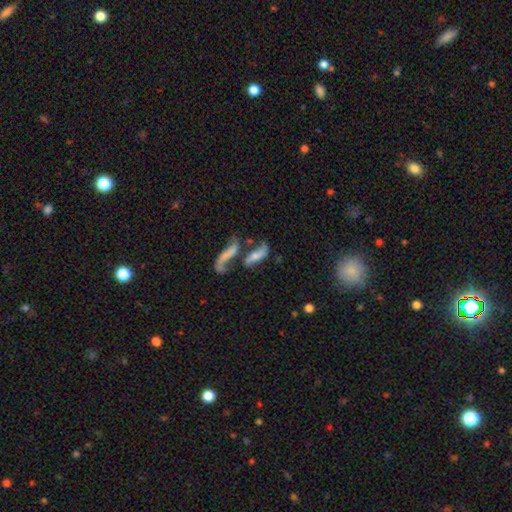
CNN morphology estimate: This appears to be a featured or disk galaxy (49%). Merging: merger (43%).